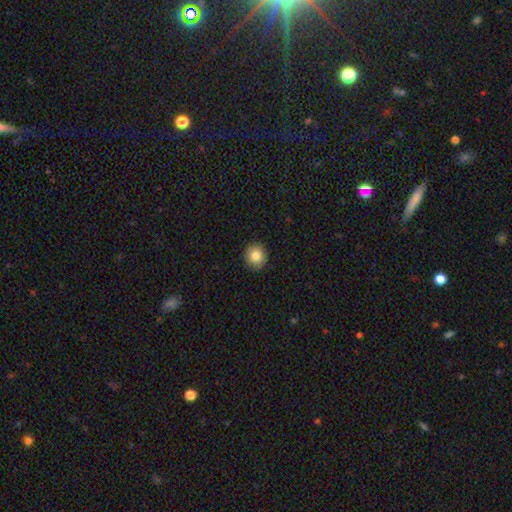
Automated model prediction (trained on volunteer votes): Smooth or featured?
  - smooth: 83% *
  - star or artifact: 10%
  - featured or disk: 8%
How rounded?
  - round: 87% *
  - in between: 12%
  - cigar-shaped: 1%
Merging?
  - none: 91% *
  - minor disturbance: 7%
  - major disturbance: 2%
  - merger: 1%